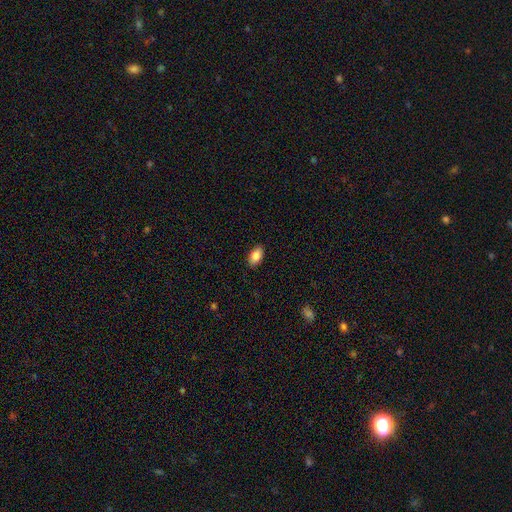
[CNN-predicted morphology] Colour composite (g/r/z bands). It shows a smooth galaxy with no disk features (87%) that is in between round and cigar-shaped (93%). Merging: none (89%).